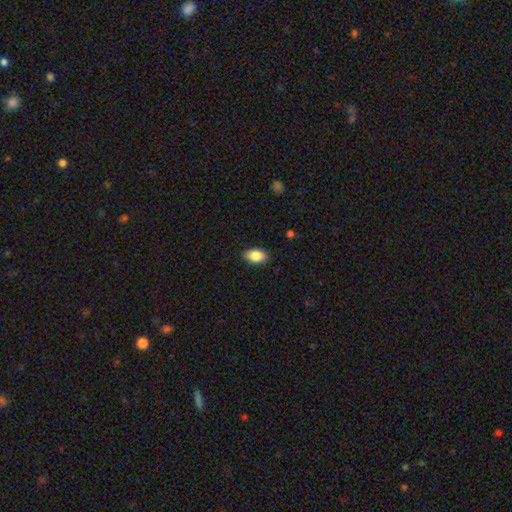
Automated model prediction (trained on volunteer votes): Overall: smooth (87%). How rounded: in between (90%). Merging: none (87%).